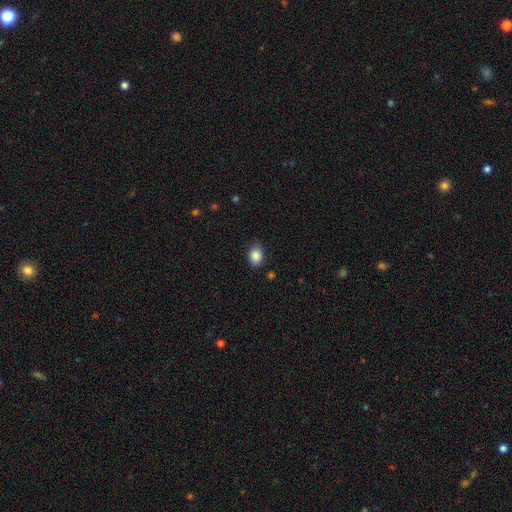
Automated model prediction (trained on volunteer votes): Overall: smooth (87%). How rounded: in between (69%; round 30%). Merging: none (77%).